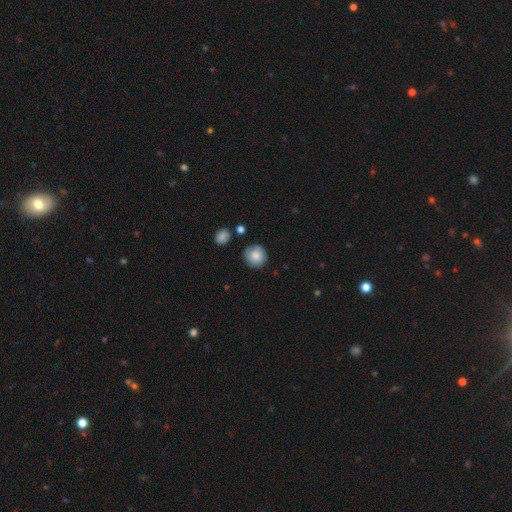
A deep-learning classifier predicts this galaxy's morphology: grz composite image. It shows a smooth galaxy with no disk features (80%) that is round (91%). Merging: none (80%).